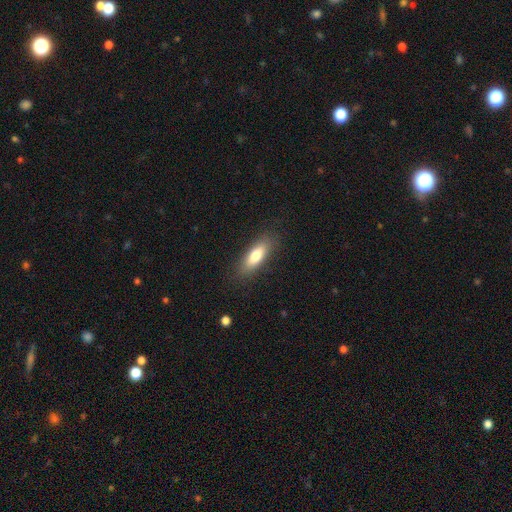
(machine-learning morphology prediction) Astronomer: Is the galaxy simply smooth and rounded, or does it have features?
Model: smooth — 77%.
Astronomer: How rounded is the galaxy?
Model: in between — 58% (runner-up: cigar-shaped, 40%).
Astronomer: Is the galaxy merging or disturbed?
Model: none — 85%.